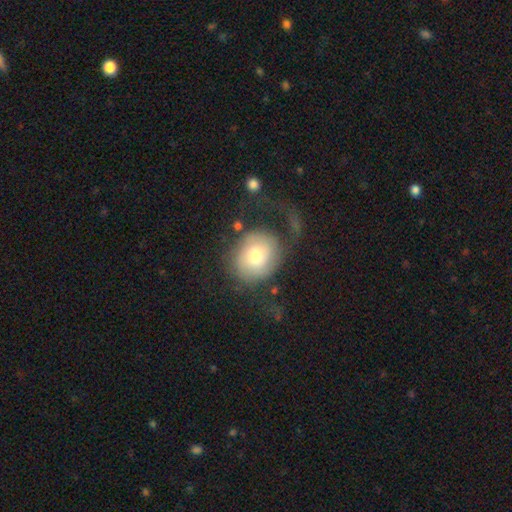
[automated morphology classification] Overall: smooth (56%; featured or disk 37%). How rounded: round (68%; in between 31%). Merging: major disturbance (41%; none 38%).